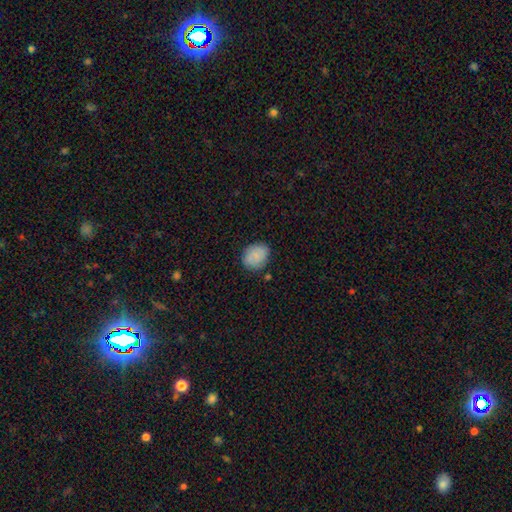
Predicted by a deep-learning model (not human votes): smooth-or-featured: smooth: 78% | featured or disk: 13% | star or artifact: 8%
  how-rounded: round: 53% | in between: 46% | cigar-shaped: 1%
  merging: none: 80% | minor disturbance: 14% | major disturbance: 3% | merger: 2%